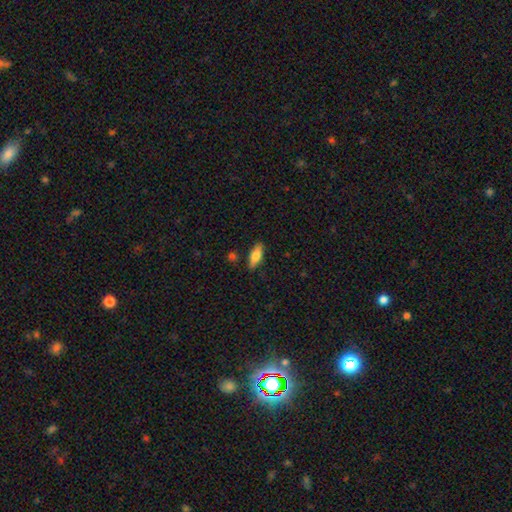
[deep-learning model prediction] Smooth or featured: smooth — 70% (featured or disk — 23%)
How rounded: in between — 62% (cigar-shaped — 35%)
Merging: none — 84% (minor disturbance — 11%)